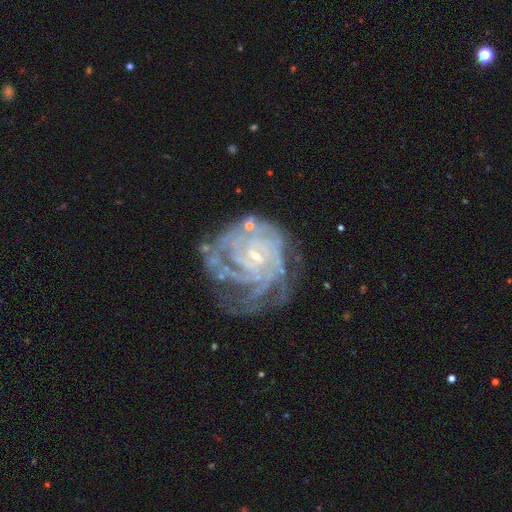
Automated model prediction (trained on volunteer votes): Smooth or featured?
  - featured or disk: 87% *
  - star or artifact: 7%
  - smooth: 6%
Edge-on disk?
  - no: 98% *
  - yes: 2%
Bar?
  - no: 53% *
  - weak: 38%
  - strong: 10%
Spiral arms?
  - yes: 96% *
  - no: 4%
Spiral winding?
  - tight: 75% *
  - medium: 21%
  - loose: 4%
Spiral arm count?
  - can't tell: 30% *
  - 4: 24%
  - 3: 16%
  - more than 4: 14%
  - 2: 10%
  - 1: 6%
Bulge size?
  - small: 81% *
  - moderate: 11%
  - none: 6%
  - large: 1%
  - dominant: 1%
Merging?
  - none: 48% *
  - minor disturbance: 25%
  - major disturbance: 22%
  - merger: 5%